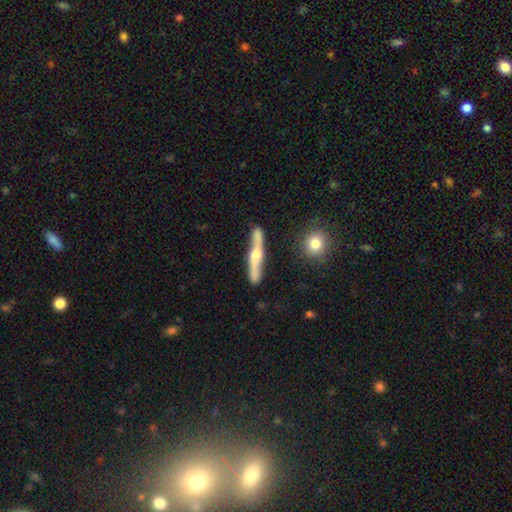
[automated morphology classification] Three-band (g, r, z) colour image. It shows a featured or disk galaxy (69%) viewed edge-on (85%) with a rounded central bulge (86%). Merging: none (81%).